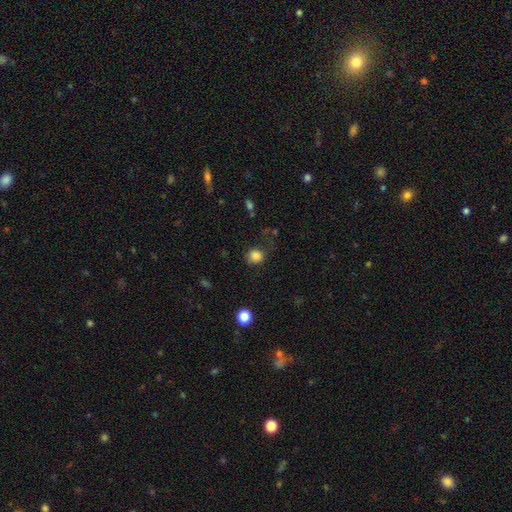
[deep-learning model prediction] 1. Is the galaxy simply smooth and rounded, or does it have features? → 84% smooth, 11% star or artifact, 4% featured or disk.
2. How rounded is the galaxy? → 80% round, 19% in between, 1% cigar-shaped.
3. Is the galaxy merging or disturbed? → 72% none, 18% minor disturbance, 8% major disturbance, 2% merger.